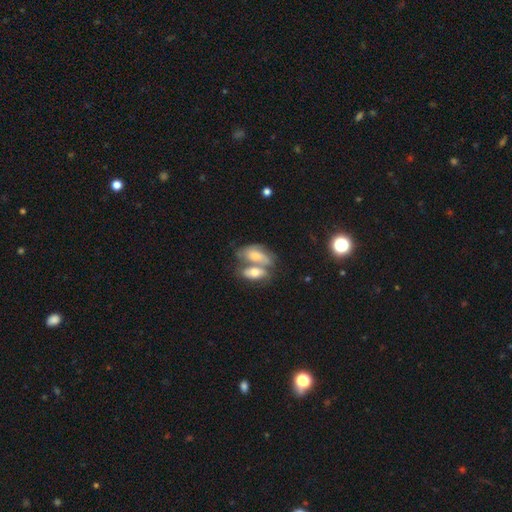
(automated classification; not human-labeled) Smooth or featured?
  - smooth: 56% *
  - featured or disk: 36%
  - star or artifact: 8%
How rounded?
  - in between: 87% *
  - cigar-shaped: 7%
  - round: 6%
Merging?
  - merger: 63% *
  - none: 21%
  - minor disturbance: 10%
  - major disturbance: 6%